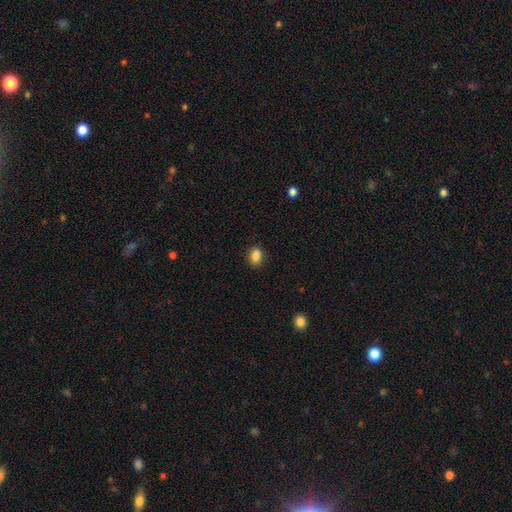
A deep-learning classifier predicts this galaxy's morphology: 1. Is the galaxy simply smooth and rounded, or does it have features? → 86% smooth, 10% star or artifact, 4% featured or disk.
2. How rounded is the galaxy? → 78% in between, 20% round, 2% cigar-shaped.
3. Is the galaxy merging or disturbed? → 77% none, 15% minor disturbance, 5% merger, 3% major disturbance.